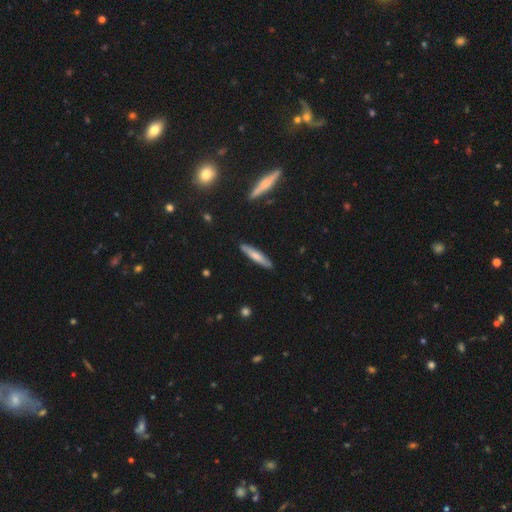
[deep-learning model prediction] Morphology: type=smooth (67%); roundness=cigar-shaped (90%); merging=none (88%).